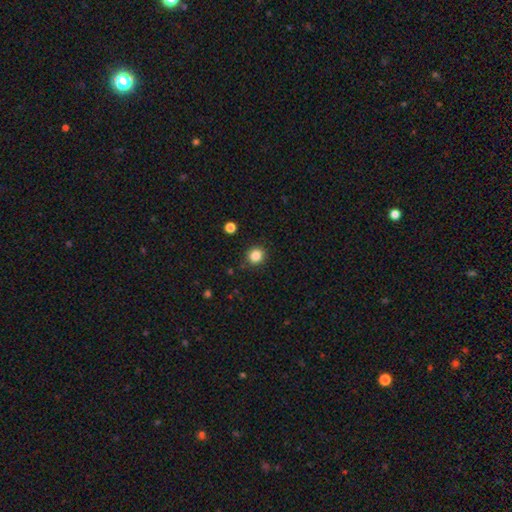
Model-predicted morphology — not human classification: type=smooth (84%); roundness=round (88%); merging=none (89%).